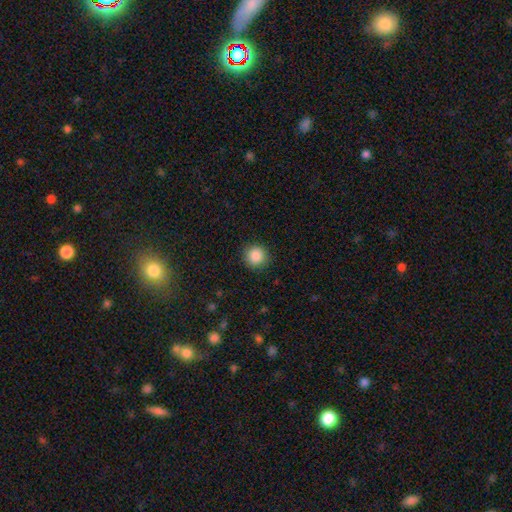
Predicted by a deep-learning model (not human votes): Smooth or featured? smooth (87%)
How rounded? round (94%)
Merging? none (90%)